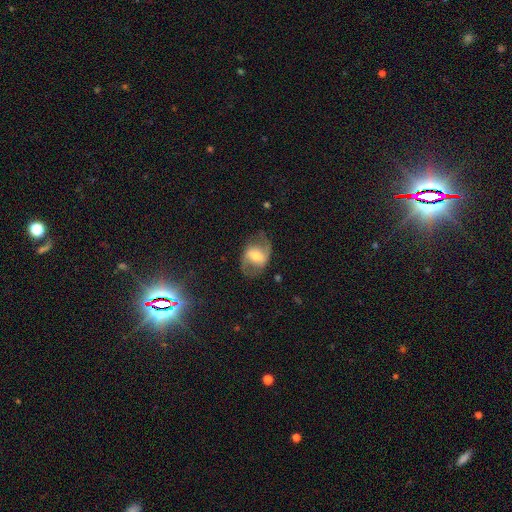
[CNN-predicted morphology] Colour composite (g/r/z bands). It shows a featured or disk galaxy (72%) with a weak bar (43%), 2 (88%) medium (45%) spiral arms (85%) and a moderate central bulge (54%). Merging: none (72%).